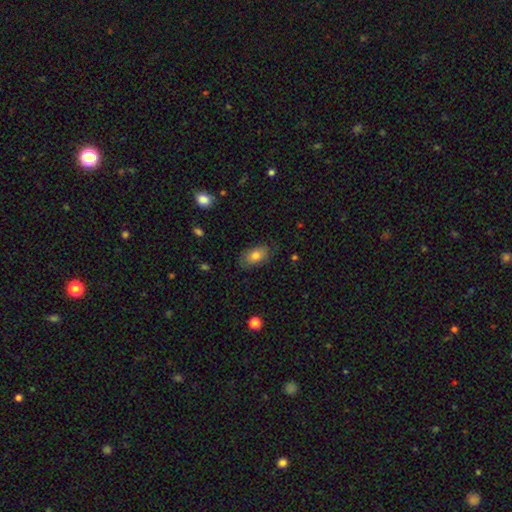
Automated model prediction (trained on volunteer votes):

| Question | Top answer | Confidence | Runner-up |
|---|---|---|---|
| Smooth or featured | smooth | 77% | featured or disk (16%) |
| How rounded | in between | 91% | round (7%) |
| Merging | none | 79% | minor disturbance (16%) |